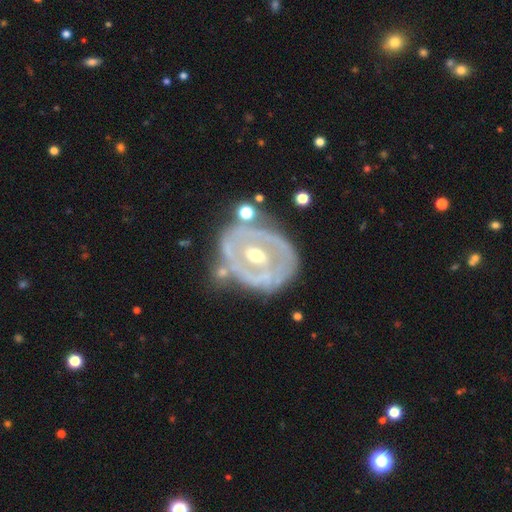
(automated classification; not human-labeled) Morphology: type=featured or disk (81%); edge-on=no (96%); bar=weak (40%); spiral arms=yes (56%); bulge=moderate (70%); merging=none (59%).